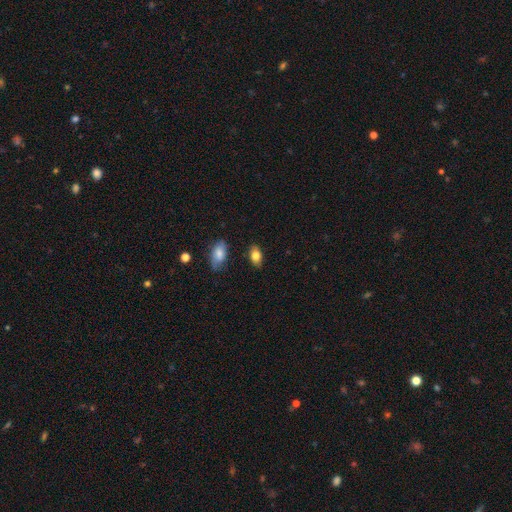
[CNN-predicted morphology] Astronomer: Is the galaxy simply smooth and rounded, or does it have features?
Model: smooth — 81%.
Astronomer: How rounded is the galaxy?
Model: in between — 89%.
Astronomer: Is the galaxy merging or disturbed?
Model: none — 85%.